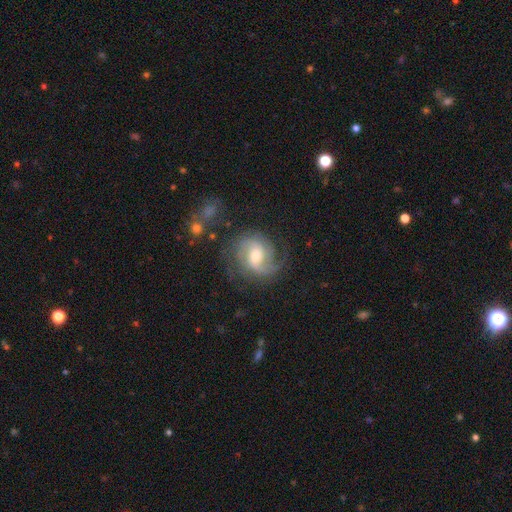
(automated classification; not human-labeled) A featured or disk galaxy (82%) with a weak bar (50%), 2 (63%) medium (47%) spiral arms (95%) and a moderate central bulge (63%).

Vote fractions:
- Smooth or featured? featured or disk: 82% / smooth: 12% / star or artifact: 6%
- Edge-on disk? no: 98% / yes: 2%
- Bar? weak: 50% / no: 33% / strong: 17%
- Spiral arms? yes: 95% / no: 5%
- Spiral winding? medium: 47% / tight: 28% / loose: 25%
- Spiral arm count? 2: 63% / 3: 13% / can't tell: 11% / 1: 7% / 4: 3% / more than 4: 3%
- Bulge size? moderate: 63% / small: 30% / large: 5% / none: 1% / dominant: 1%
- Merging? none: 70% / minor disturbance: 17% / major disturbance: 11% / merger: 2%